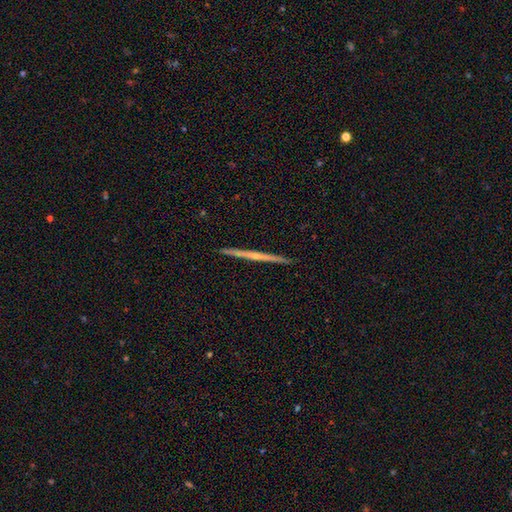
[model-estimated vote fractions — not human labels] Overall: featured or disk (67%). Edge-on disk: yes (97%). Edge-on bulge: none (50%; rounded 41%). Merging: none (90%).